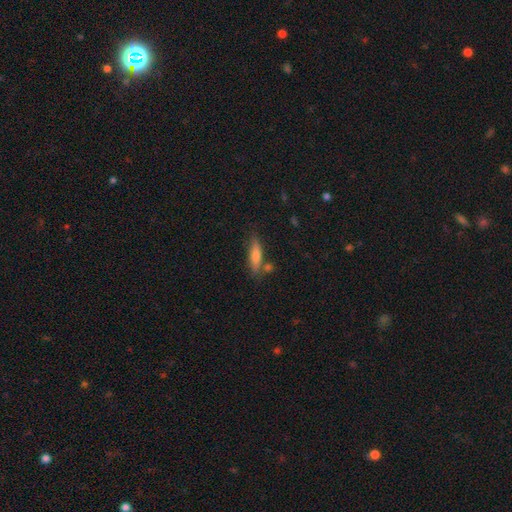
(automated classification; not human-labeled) A smooth galaxy with no disk features (62%) that is cigar-shaped (74%).

Vote fractions:
- Smooth or featured? smooth: 62% / featured or disk: 28% / star or artifact: 9%
- How rounded? cigar-shaped: 74% / in between: 24% / round: 2%
- Merging? none: 74% / minor disturbance: 15% / merger: 8% / major disturbance: 4%